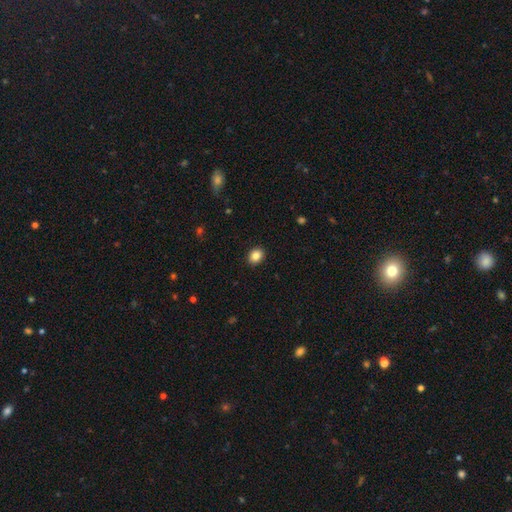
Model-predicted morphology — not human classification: smooth-or-featured: smooth: 85% | star or artifact: 10% | featured or disk: 5%
  how-rounded: round: 53% | in between: 46% | cigar-shaped: 1%
  merging: none: 91% | minor disturbance: 6% | major disturbance: 2% | merger: 1%